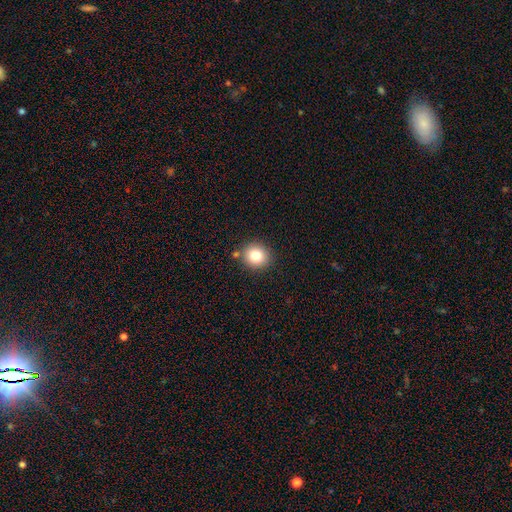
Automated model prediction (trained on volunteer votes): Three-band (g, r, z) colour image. It shows a smooth galaxy with no disk features (81%) that is round (83%). Merging: none (84%).